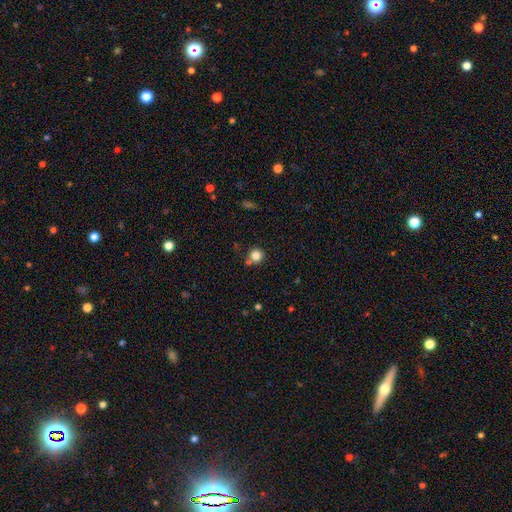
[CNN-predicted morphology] A smooth galaxy with no disk features (83%) that is round (92%). Merging: none (73%).